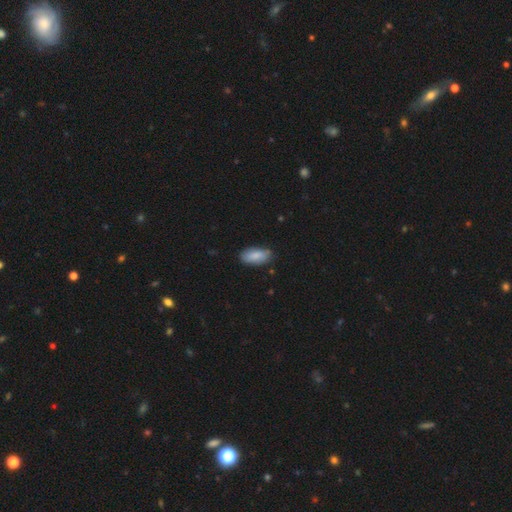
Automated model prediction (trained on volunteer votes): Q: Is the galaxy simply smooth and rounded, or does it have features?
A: smooth — 86%.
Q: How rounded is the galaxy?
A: in between — 91%.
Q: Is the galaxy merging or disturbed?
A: none — 81%.